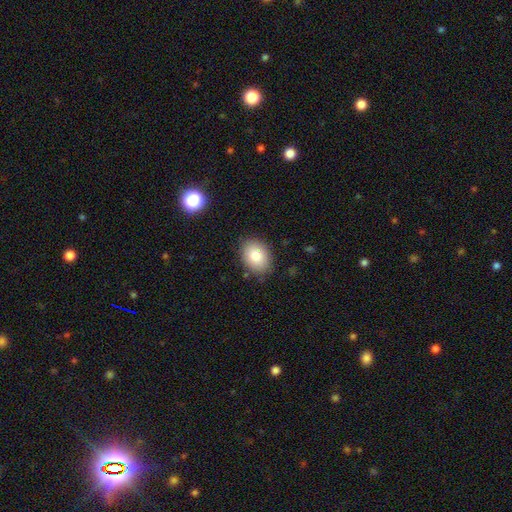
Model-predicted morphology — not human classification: Smooth or featured?
  - smooth: 81% *
  - featured or disk: 10%
  - star or artifact: 9%
How rounded?
  - in between: 66% *
  - round: 33%
  - cigar-shaped: 1%
Merging?
  - none: 82% *
  - minor disturbance: 13%
  - major disturbance: 3%
  - merger: 2%